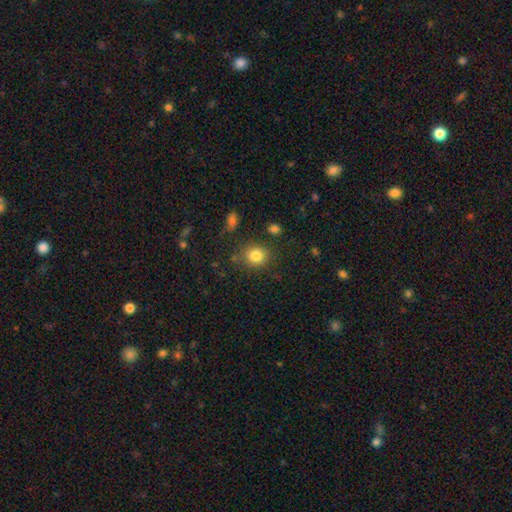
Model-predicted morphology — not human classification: smooth-or-featured: smooth: 83% | star or artifact: 11% | featured or disk: 6%
  how-rounded: round: 76% | in between: 23% | cigar-shaped: 1%
  merging: none: 82% | minor disturbance: 11% | merger: 4% | major disturbance: 4%